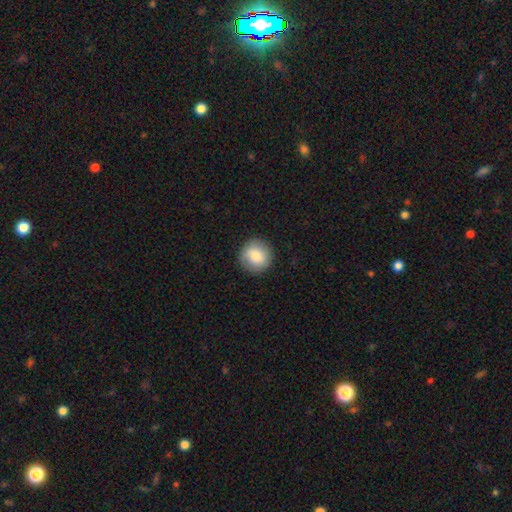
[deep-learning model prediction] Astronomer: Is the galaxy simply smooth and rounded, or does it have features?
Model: smooth — 80%.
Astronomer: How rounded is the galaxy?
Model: round — 94%.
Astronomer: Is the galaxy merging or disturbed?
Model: none — 89%.